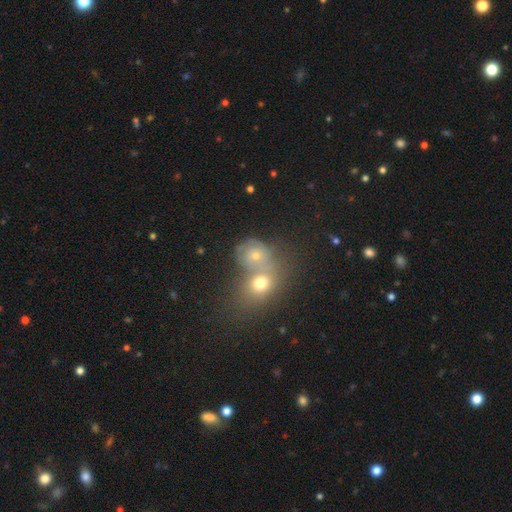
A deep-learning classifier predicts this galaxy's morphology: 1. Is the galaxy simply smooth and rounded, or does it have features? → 57% smooth, 27% featured or disk, 17% star or artifact.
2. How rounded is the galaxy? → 62% round, 37% in between, 1% cigar-shaped.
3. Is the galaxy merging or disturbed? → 52% merger, 32% none, 10% minor disturbance, 6% major disturbance.